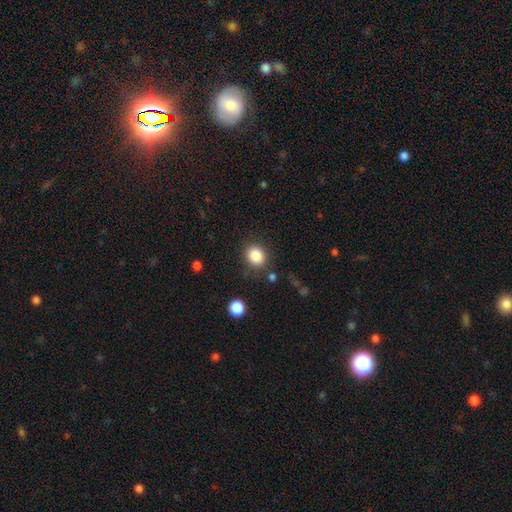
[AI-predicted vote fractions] Morphology: type=smooth (86%); roundness=round (72%); merging=none (82%).